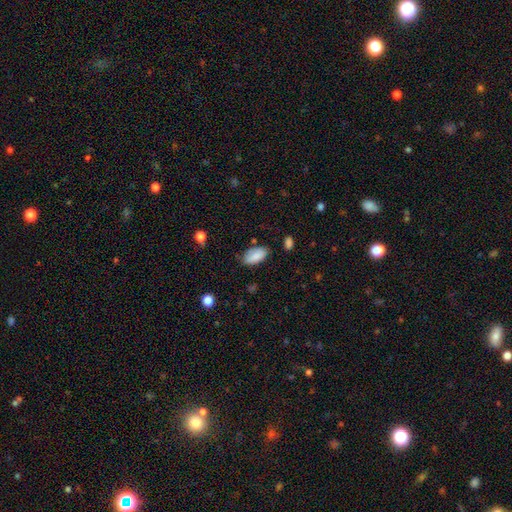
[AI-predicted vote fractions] Overall: smooth (87%). How rounded: in between (93%). Merging: none (76%).